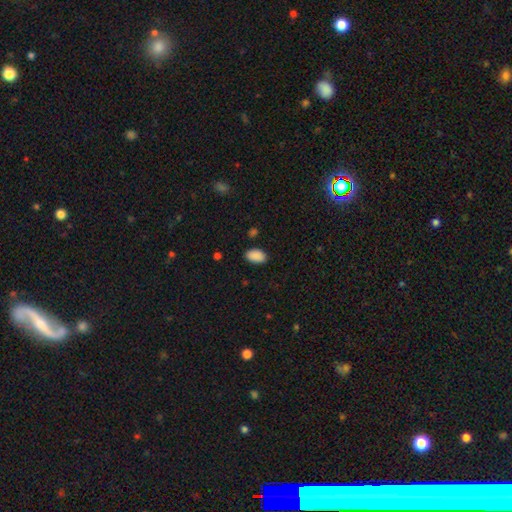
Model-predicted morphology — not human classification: Smooth or featured? smooth (90%)
How rounded? in between (94%)
Merging? none (87%)